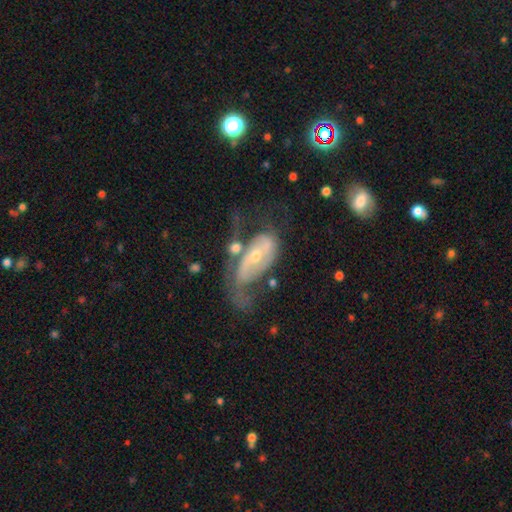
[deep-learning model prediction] Smooth or featured: featured or disk — 76% (smooth — 17%)
Edge-on disk: no — 93% (yes — 7%)
Bar: no — 44% (weak — 31%)
Spiral arms: yes — 79% (no — 21%)
Spiral winding: loose — 39% (medium — 37%)
Spiral arm count: 2 — 62% (1 — 17%)
Bulge size: small — 55% (moderate — 41%)
Merging: major disturbance — 38% (none — 29%)